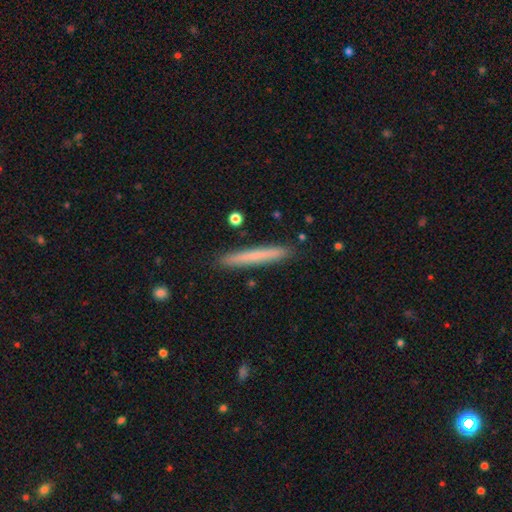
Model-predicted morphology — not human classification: smooth-or-featured: smooth: 70% | featured or disk: 24% | star or artifact: 6%
  how-rounded: cigar-shaped: 97% | in between: 2% | round: 1%
  merging: none: 90% | minor disturbance: 7% | merger: 1% | major disturbance: 1%